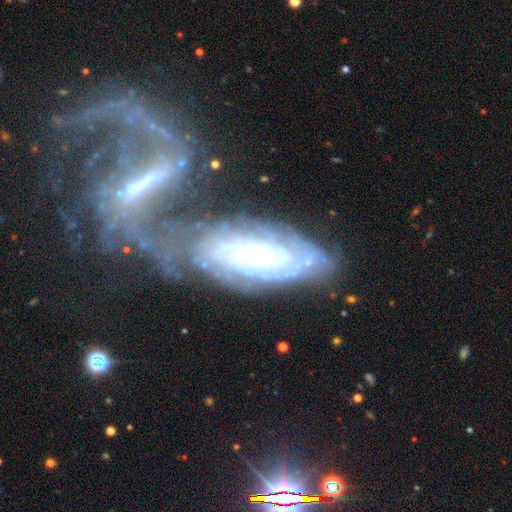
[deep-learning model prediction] Smooth or featured: featured or disk — 81% (smooth — 12%)
Edge-on disk: no — 92% (yes — 8%)
Bar: no — 58% (weak — 29%)
Spiral arms: yes — 90% (no — 10%)
Spiral winding: tight — 74% (medium — 19%)
Spiral arm count: can't tell — 52% (2 — 12%)
Bulge size: small — 61% (moderate — 31%)
Merging: merger — 39% (none — 30%)